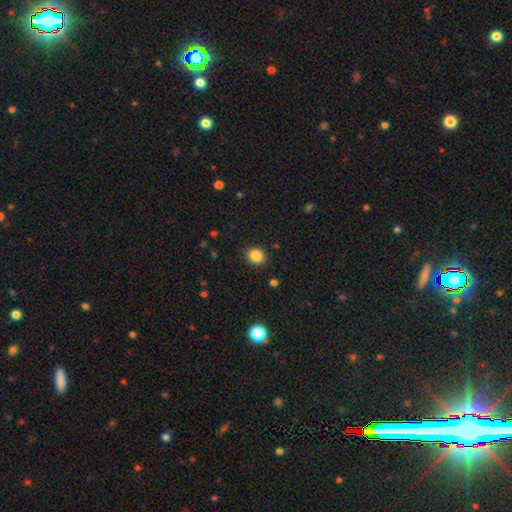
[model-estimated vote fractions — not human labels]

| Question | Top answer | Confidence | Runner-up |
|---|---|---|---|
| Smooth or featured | smooth | 86% | star or artifact (10%) |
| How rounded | round | 81% | in between (18%) |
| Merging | none | 89% | minor disturbance (7%) |